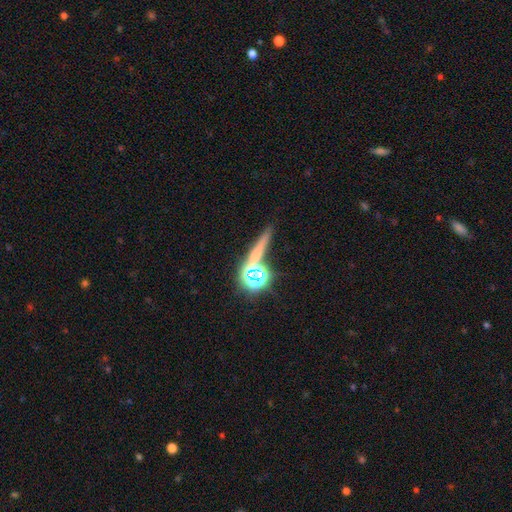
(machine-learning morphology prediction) Overall: smooth (42%; star or artifact 37%). Merging: none (68%).